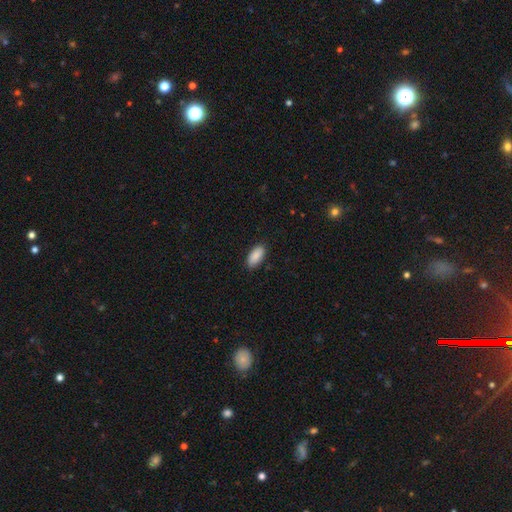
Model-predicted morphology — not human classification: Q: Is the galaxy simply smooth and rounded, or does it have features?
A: smooth — 90%.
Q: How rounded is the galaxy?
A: in between — 91%.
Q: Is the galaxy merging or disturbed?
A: none — 88%.